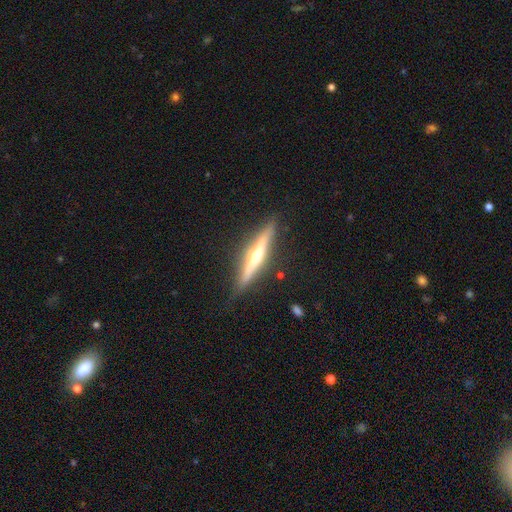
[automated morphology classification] smooth-or-featured: featured or disk: 74% | smooth: 20% | star or artifact: 5%
  disk-edge-on: yes: 97% | no: 3%
    edge-on-bulge: rounded: 89% | none: 7% | boxy: 4%
  merging: none: 88% | minor disturbance: 9% | major disturbance: 2% | merger: 1%